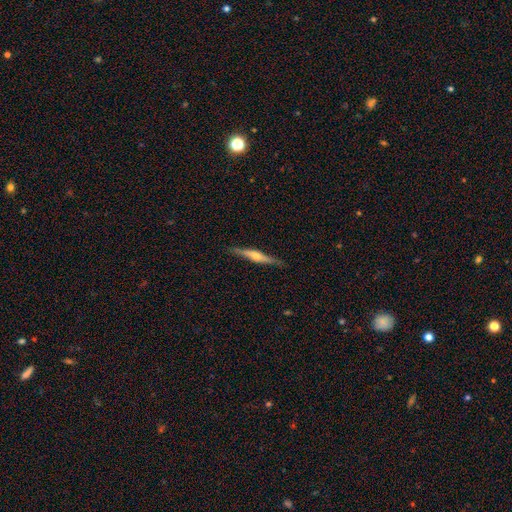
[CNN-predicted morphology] This appears to be a featured or disk galaxy (75%) viewed edge-on (97%) with a rounded central bulge (86%). Merging: none (88%).